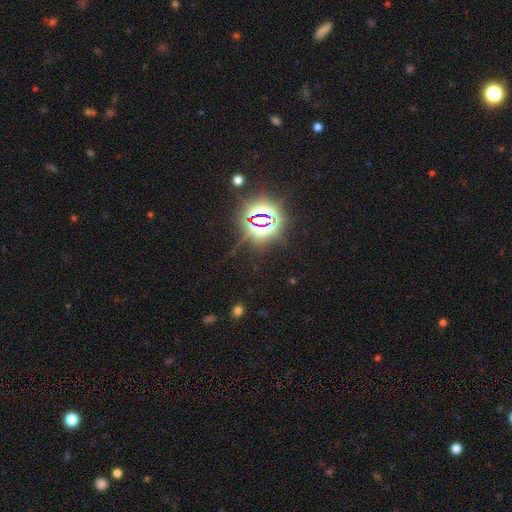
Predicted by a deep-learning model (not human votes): star or artifact 83%, smooth 10%, featured or disk 7%.